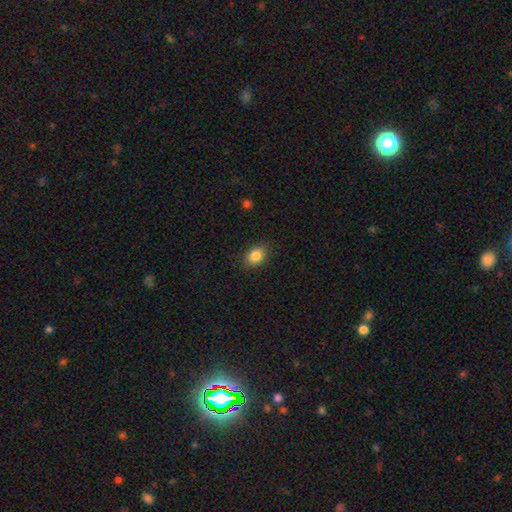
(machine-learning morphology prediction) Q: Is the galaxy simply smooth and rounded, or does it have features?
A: smooth — 86%.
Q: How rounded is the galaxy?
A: in between — 72%.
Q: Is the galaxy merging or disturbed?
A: none — 87%.